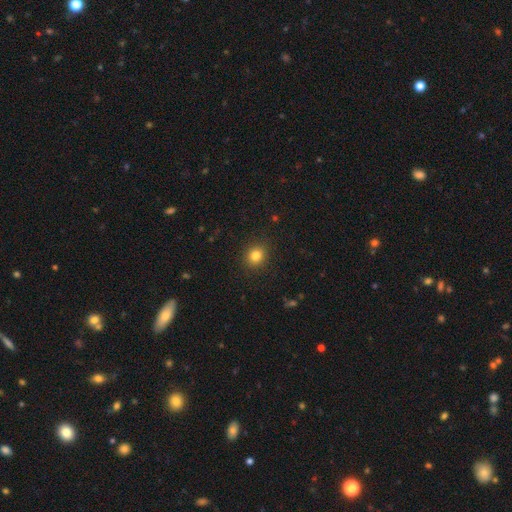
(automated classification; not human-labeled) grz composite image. It shows a smooth galaxy with no disk features (82%) that is round (81%). Merging: none (90%).